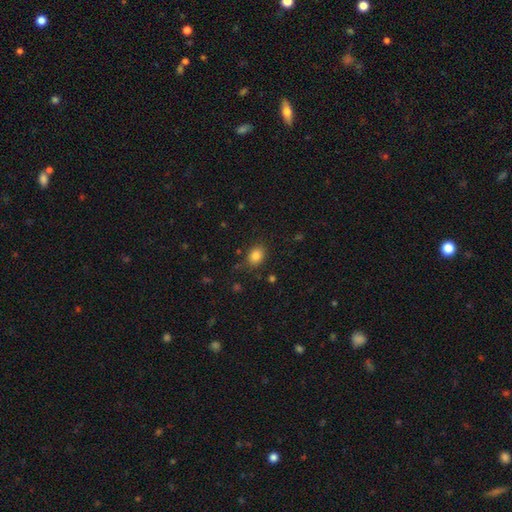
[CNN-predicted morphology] A smooth galaxy with no disk features (84%) that is in between round and cigar-shaped (61%). Merging: none (81%).